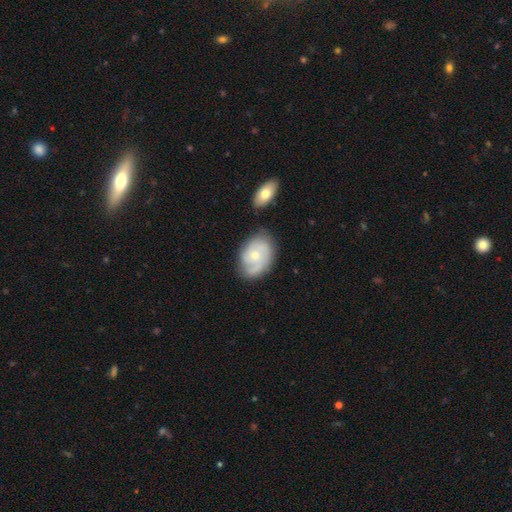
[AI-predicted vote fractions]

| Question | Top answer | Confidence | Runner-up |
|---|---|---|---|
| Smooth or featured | featured or disk | 65% | smooth (29%) |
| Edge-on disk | no | 97% | yes (3%) |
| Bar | no | 78% | weak (20%) |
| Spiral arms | yes | 88% | no (12%) |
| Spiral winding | tight | 47% | medium (37%) |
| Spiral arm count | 2 | 37% | can't tell (26%) |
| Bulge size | small | 59% | moderate (37%) |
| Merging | none | 66% | minor disturbance (22%) |